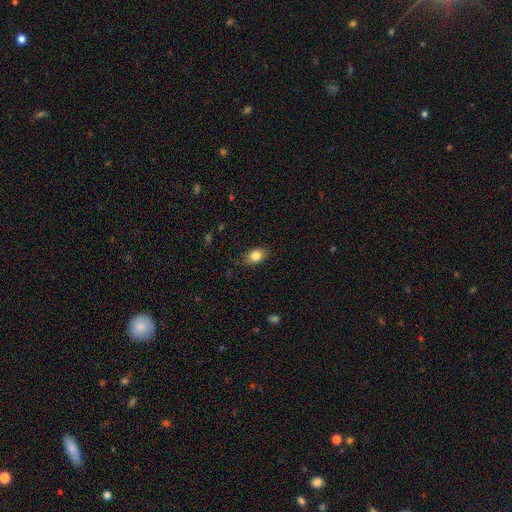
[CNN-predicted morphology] This is clearly a smooth galaxy (84%). How rounded: likely in between (70%). Merging: likely none (80%).